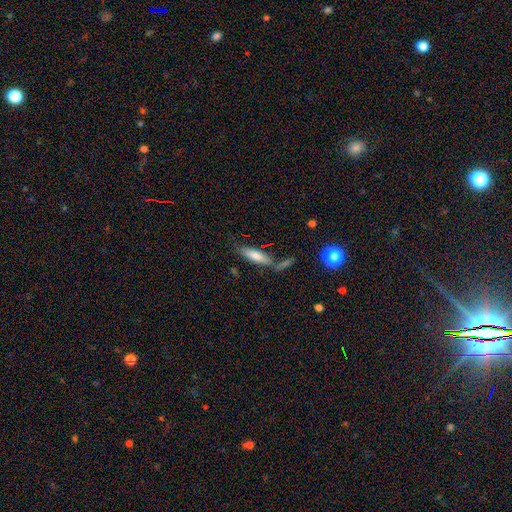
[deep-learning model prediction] This appears to be a smooth galaxy with no disk features (69%) that is cigar-shaped (65%). Merging: none (60%).